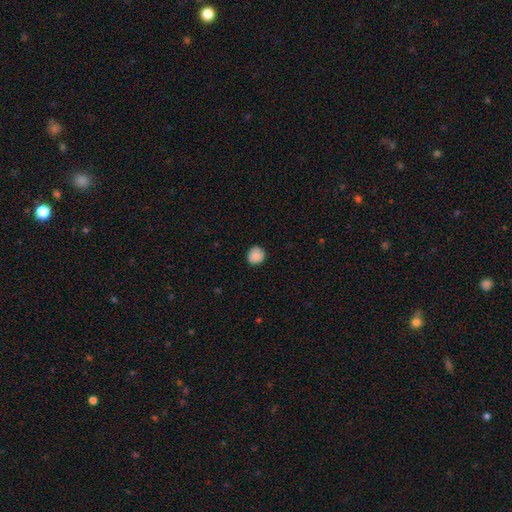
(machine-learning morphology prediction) smooth-or-featured: smooth: 86% | star or artifact: 8% | featured or disk: 6%
  how-rounded: round: 88% | in between: 11% | cigar-shaped: 1%
  merging: none: 85% | minor disturbance: 12% | major disturbance: 2% | merger: 1%